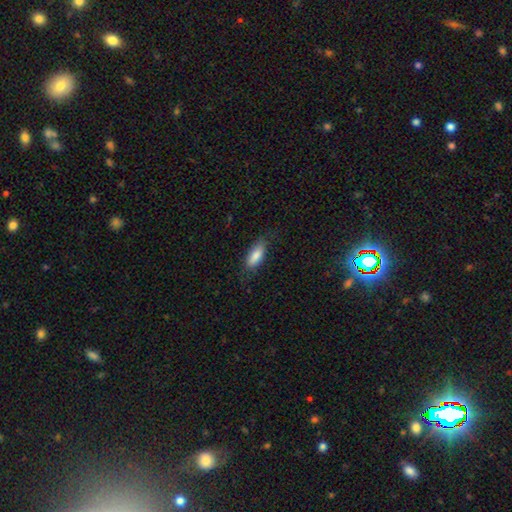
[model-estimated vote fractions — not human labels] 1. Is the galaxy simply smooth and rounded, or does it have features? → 82% smooth, 12% featured or disk, 6% star or artifact.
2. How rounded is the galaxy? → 78% in between, 20% cigar-shaped, 2% round.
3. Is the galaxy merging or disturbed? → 74% none, 19% minor disturbance, 6% major disturbance, 1% merger.